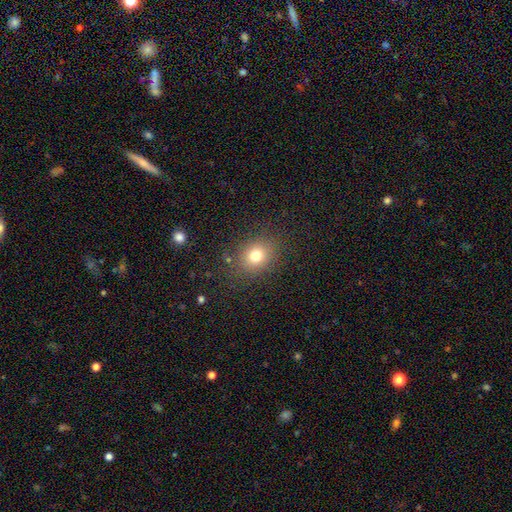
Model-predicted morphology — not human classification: A smooth galaxy with no disk features (77%) that is round (55%). Merging: none (83%).